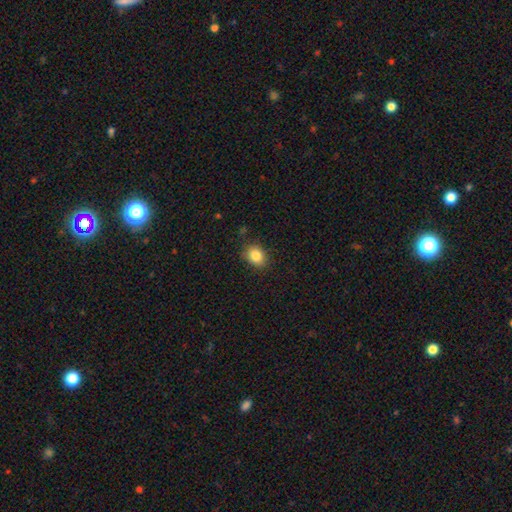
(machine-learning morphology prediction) smooth-or-featured: smooth: 85% | star or artifact: 10% | featured or disk: 6%
  how-rounded: in between: 50% | round: 49% | cigar-shaped: 1%
  merging: none: 84% | minor disturbance: 12% | major disturbance: 3% | merger: 1%